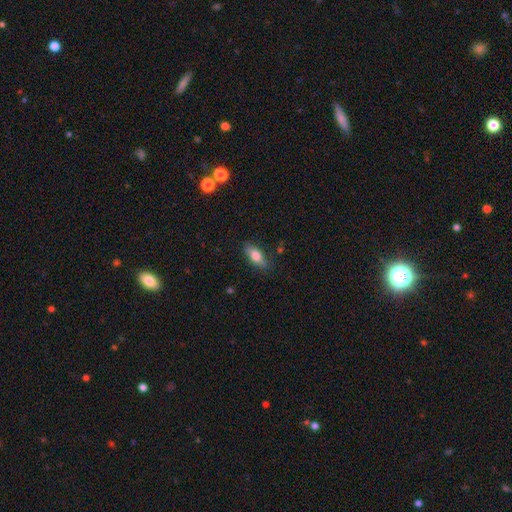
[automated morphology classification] type=smooth (76%); roundness=in between (79%); merging=none (79%).